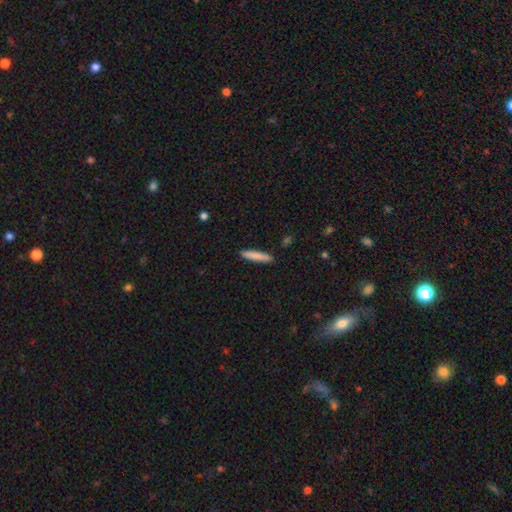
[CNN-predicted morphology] Smooth or featured? smooth (82%)
How rounded? cigar-shaped (90%)
Merging? none (89%)